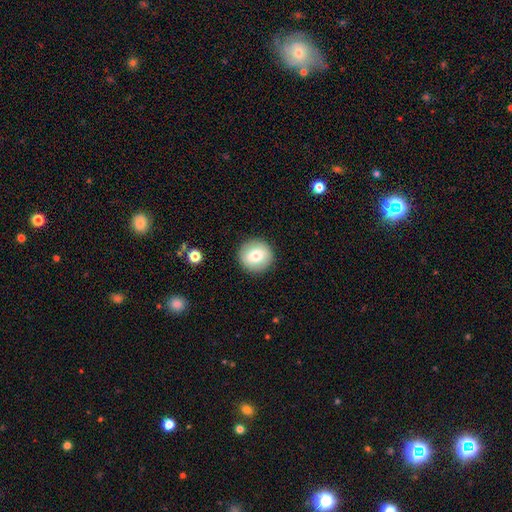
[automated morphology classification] Q: Smooth or featured?
A: smooth (76%); runner-up: featured or disk (16%)
Q: How rounded?
A: round (92%); runner-up: in between (7%)
Q: Merging?
A: none (90%); runner-up: minor disturbance (7%)